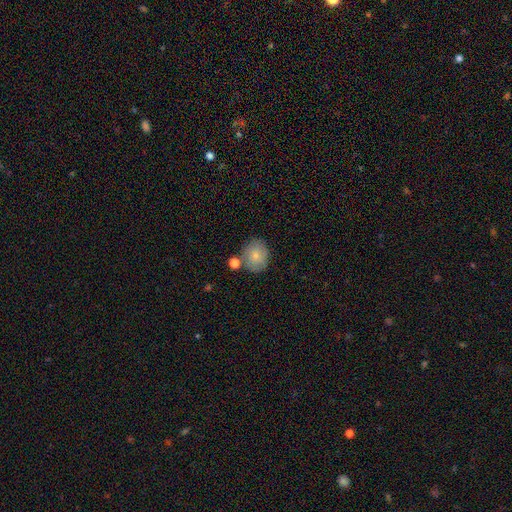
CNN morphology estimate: This is likely a smooth galaxy (77%). How rounded: likely round (71%). Merging: likely none (69%).